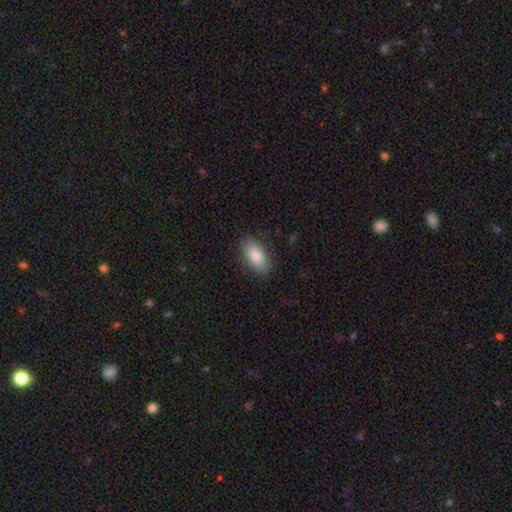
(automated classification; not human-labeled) This appears to be a smooth galaxy with no disk features (84%) that is in between round and cigar-shaped (90%). Merging: none (87%).